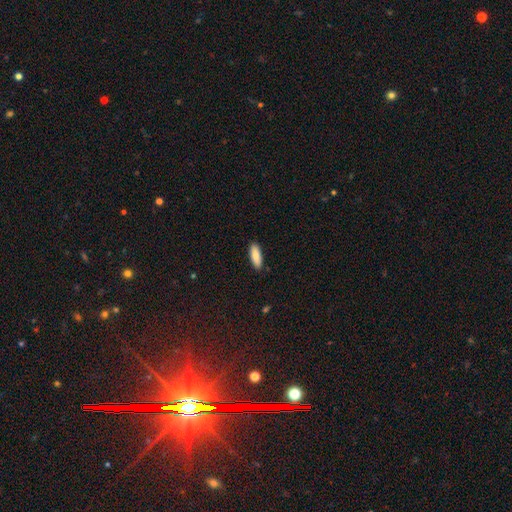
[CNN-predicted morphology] smooth-or-featured: smooth: 88% | featured or disk: 6% | star or artifact: 6%
  how-rounded: in between: 61% | cigar-shaped: 37% | round: 2%
  merging: none: 89% | minor disturbance: 8% | major disturbance: 2% | merger: 1%